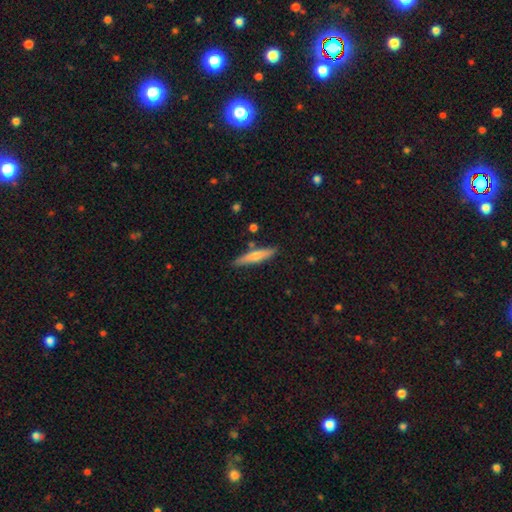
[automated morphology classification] This is possibly a smooth galaxy (50%). How rounded: clearly cigar-shaped (90%). Merging: clearly none (86%).